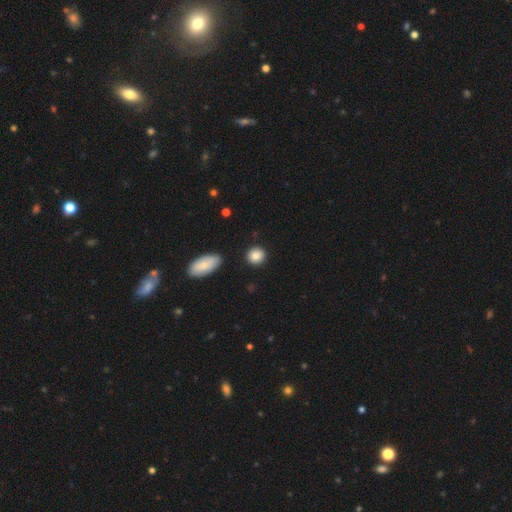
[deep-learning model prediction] smooth_or_featured: smooth (p=0.85) [alt: star or artifact p=0.08]
how_rounded: round (p=0.87) [alt: in between p=0.12]
merging: none (p=0.88) [alt: minor disturbance p=0.07]